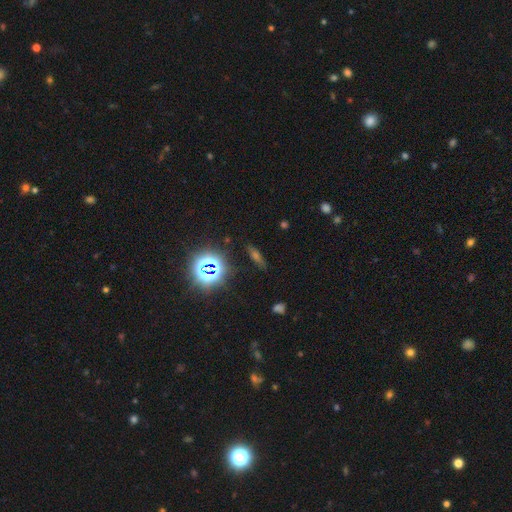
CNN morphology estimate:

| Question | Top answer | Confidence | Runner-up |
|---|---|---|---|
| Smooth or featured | star or artifact | 42% | smooth (34%) |